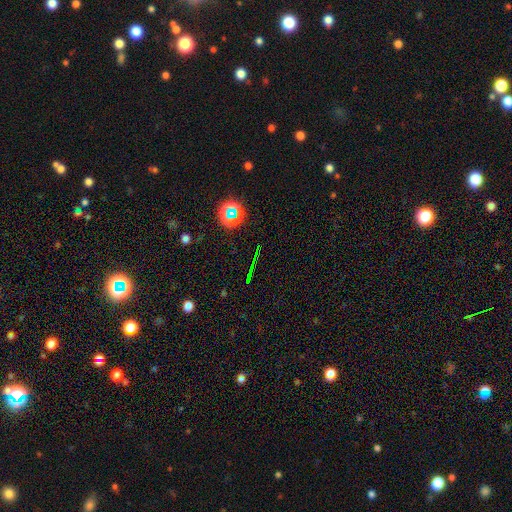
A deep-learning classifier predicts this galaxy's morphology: Smooth or featured?
  - star or artifact: 71% *
  - smooth: 16%
  - featured or disk: 12%